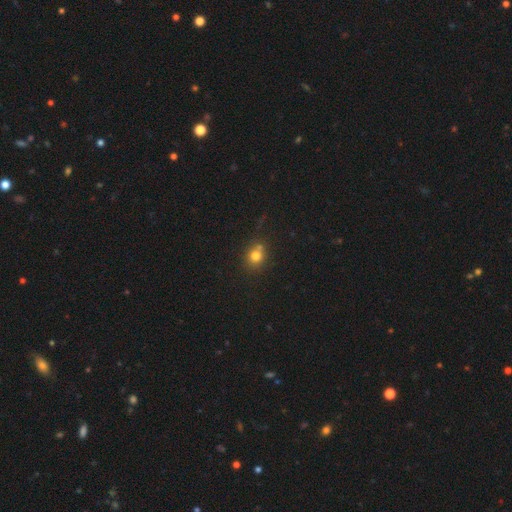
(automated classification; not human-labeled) This is likely a smooth galaxy (77%). How rounded: likely round (79%). Merging: likely none (60%).